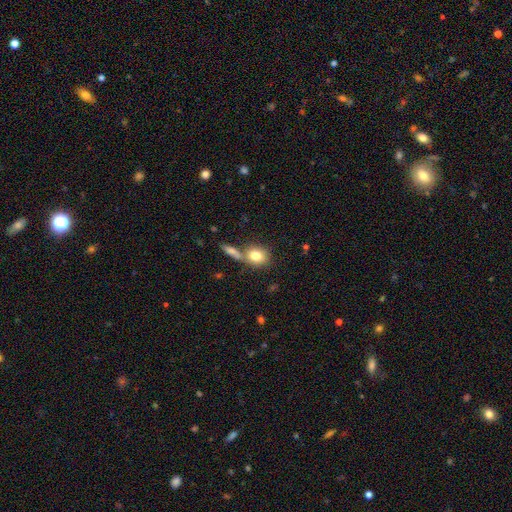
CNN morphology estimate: Q: Smooth or featured?
A: smooth (79%); runner-up: featured or disk (13%)
Q: How rounded?
A: round (63%); runner-up: in between (35%)
Q: Merging?
A: none (57%); runner-up: merger (28%)